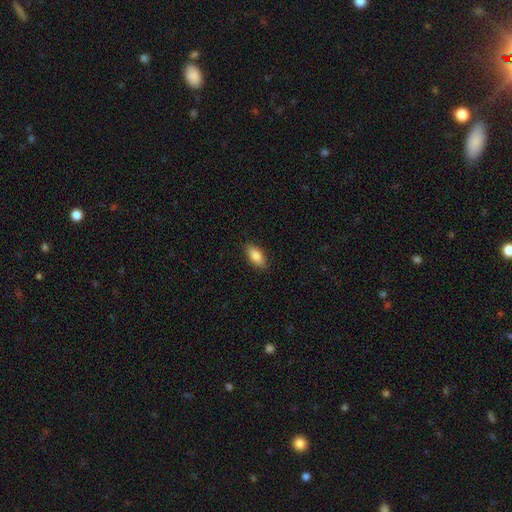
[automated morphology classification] Q: Smooth or featured?
A: smooth (85%); runner-up: featured or disk (8%)
Q: How rounded?
A: in between (86%); runner-up: cigar-shaped (11%)
Q: Merging?
A: none (87%); runner-up: minor disturbance (10%)